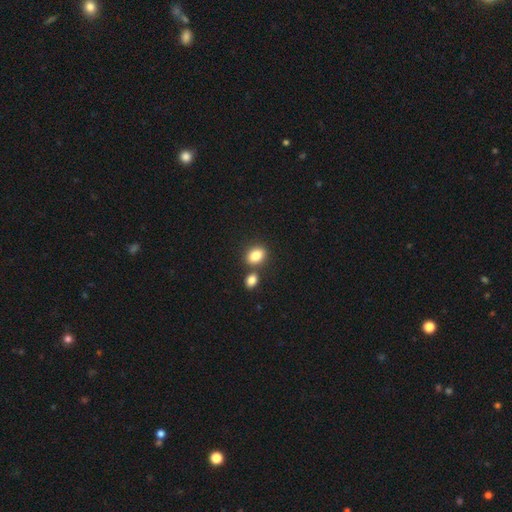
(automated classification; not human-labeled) smooth 85%, star or artifact 9%, featured or disk 6%. Down the decision tree: how rounded — in between (69%); merging — none (61%).